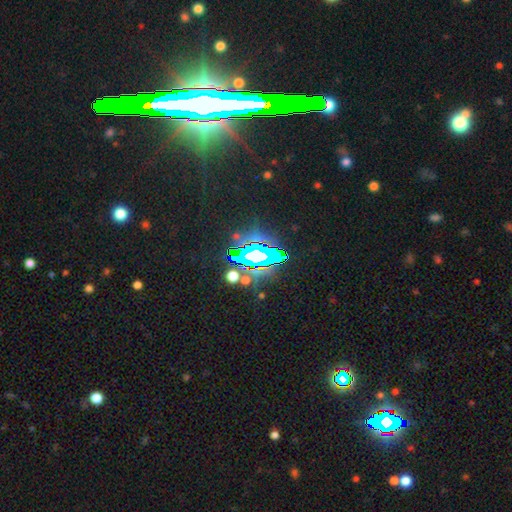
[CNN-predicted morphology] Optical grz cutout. It shows a star or artifact, not a galaxy (76%).